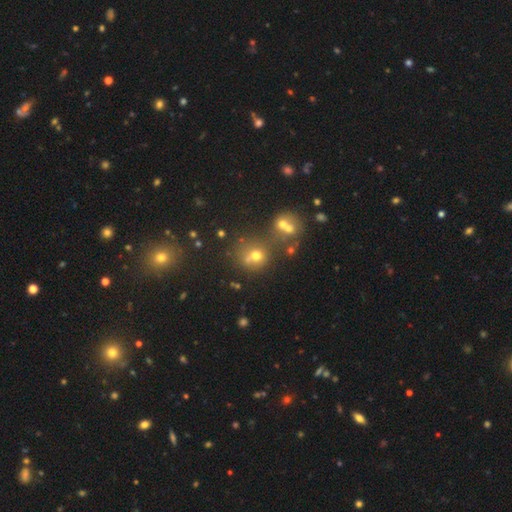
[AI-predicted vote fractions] smooth-or-featured: smooth: 65% | star or artifact: 21% | featured or disk: 14%
  how-rounded: round: 78% | in between: 20% | cigar-shaped: 1%
  merging: none: 47% | merger: 32% | minor disturbance: 13% | major disturbance: 8%